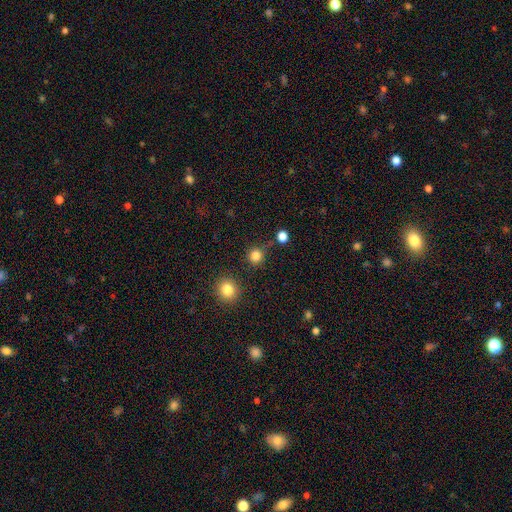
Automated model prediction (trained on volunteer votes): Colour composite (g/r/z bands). It shows a smooth galaxy with no disk features (83%) that is round (93%). Merging: none (84%).